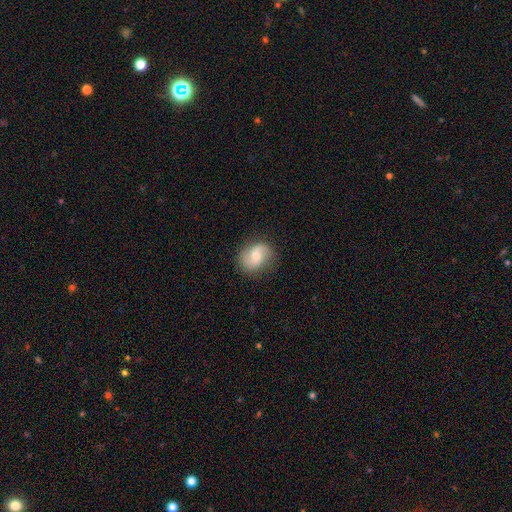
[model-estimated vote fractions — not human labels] smooth_or_featured: featured or disk (p=0.61) [alt: smooth p=0.31]
disk_edge_on: no (p=0.97) [alt: yes p=0.03]
bar: no (p=0.54) [alt: weak p=0.39]
has_spiral_arms: yes (p=0.92) [alt: no p=0.08]
spiral_winding: loose (p=0.50) [alt: medium p=0.37]
spiral_arm_count: 2 (p=0.88) [alt: can't tell p=0.05]
bulge_size: moderate (p=0.57) [alt: small p=0.35]
merging: none (p=0.79) [alt: minor disturbance p=0.15]